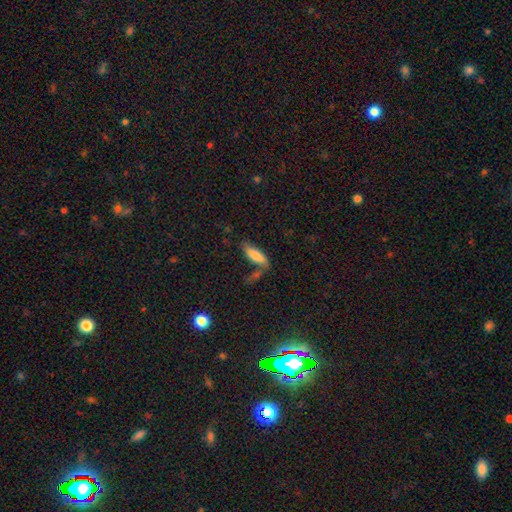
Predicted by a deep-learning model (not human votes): Smooth or featured? smooth (80%)
How rounded? in between (52%)
Merging? none (51%)